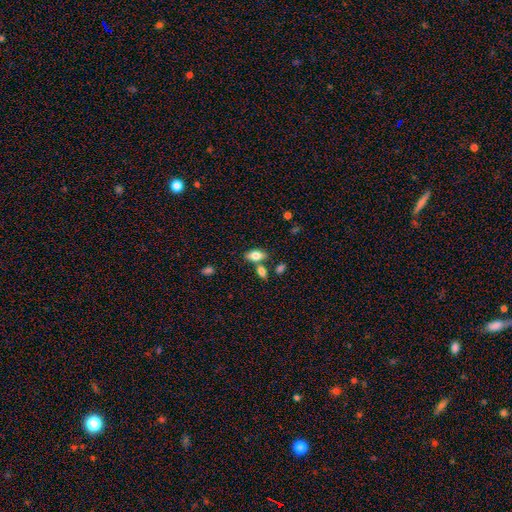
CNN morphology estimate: Smooth or featured? Predicted: smooth (p=0.78). How rounded? Predicted: in between (p=0.89). Merging? Predicted: none (p=0.64).